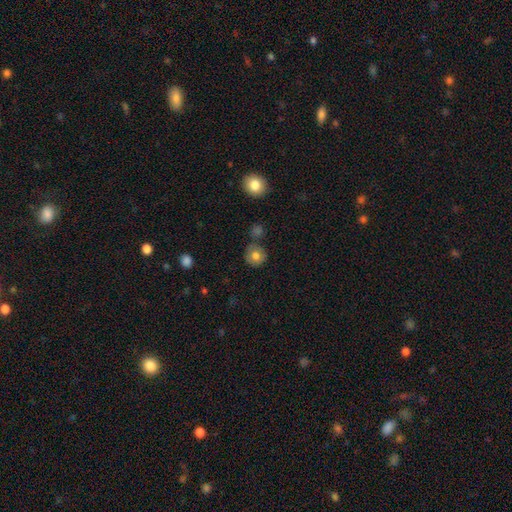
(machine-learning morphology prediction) smooth 78%, featured or disk 13%, star or artifact 9%. Down the decision tree: how rounded — round (90%); merging — none (75%).